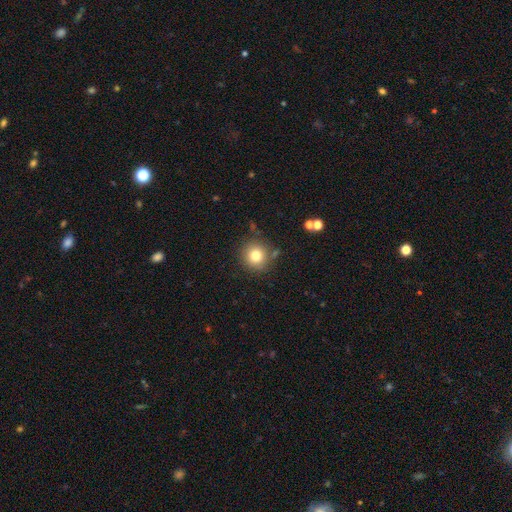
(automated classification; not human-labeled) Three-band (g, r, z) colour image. It shows a smooth galaxy with no disk features (79%) that is round (93%). Merging: none (82%).